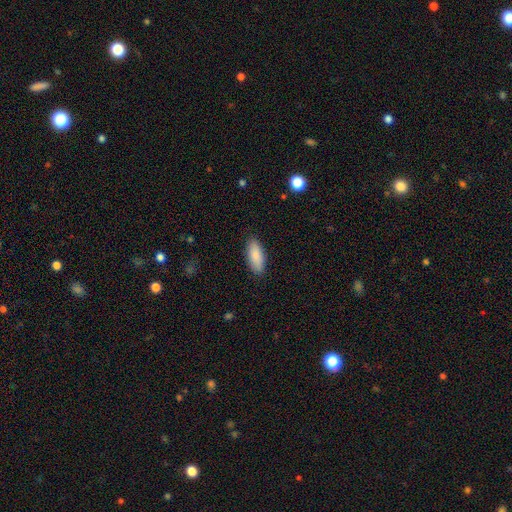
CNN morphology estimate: Overall: smooth (86%). How rounded: in between (79%). Merging: none (88%).